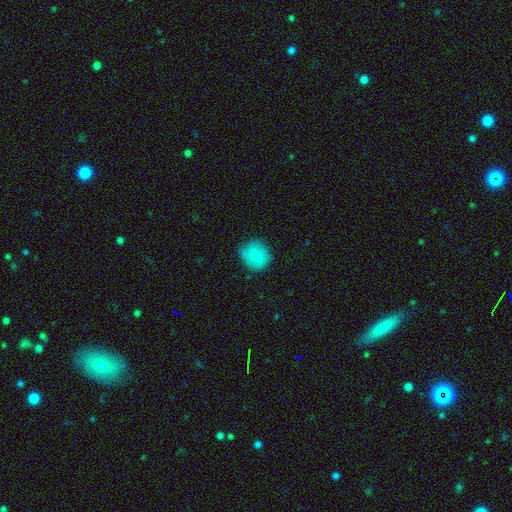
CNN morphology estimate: Smooth or featured: smooth — 74% (featured or disk — 19%)
How rounded: round — 79% (in between — 20%)
Merging: none — 72% (minor disturbance — 22%)